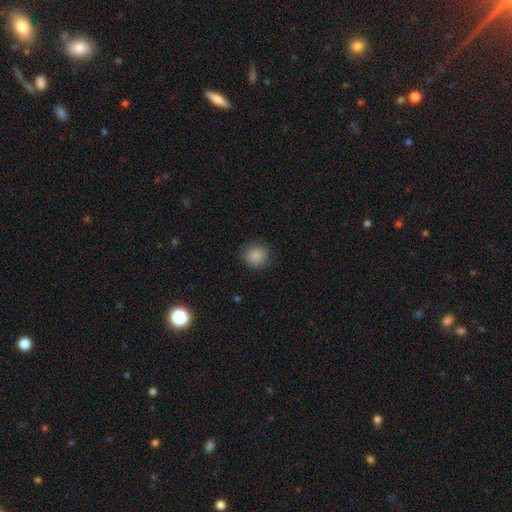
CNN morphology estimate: Overall: smooth (87%). How rounded: round (88%). Merging: none (85%).